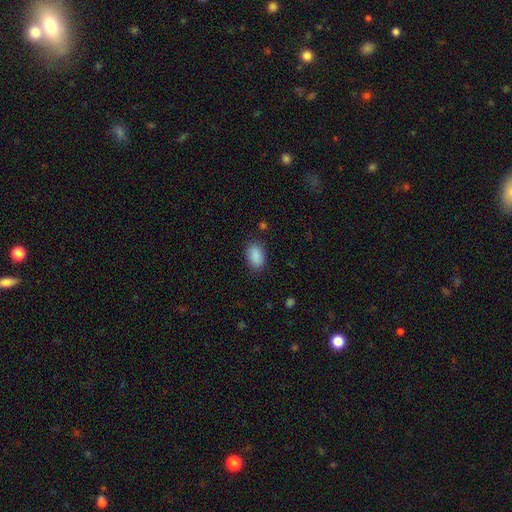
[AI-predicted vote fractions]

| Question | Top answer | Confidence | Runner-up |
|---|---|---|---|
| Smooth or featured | smooth | 89% | star or artifact (8%) |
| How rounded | in between | 87% | round (11%) |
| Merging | none | 83% | minor disturbance (12%) |